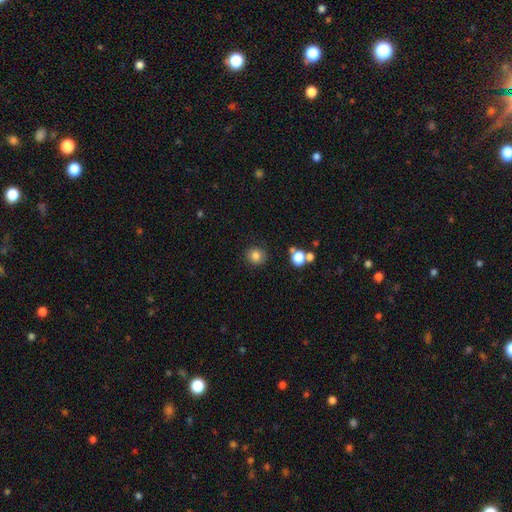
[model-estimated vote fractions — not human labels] smooth_or_featured: smooth (p=0.83) [alt: star or artifact p=0.12]
how_rounded: round (p=0.86) [alt: in between p=0.13]
merging: none (p=0.87) [alt: minor disturbance p=0.08]